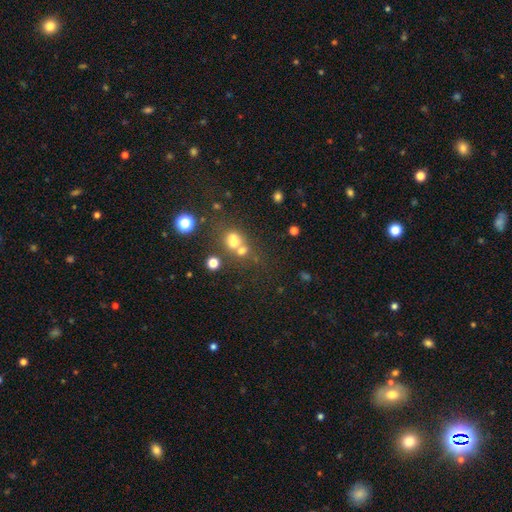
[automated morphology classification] This is possibly a smooth galaxy (50%). Merging: possibly none (51%).